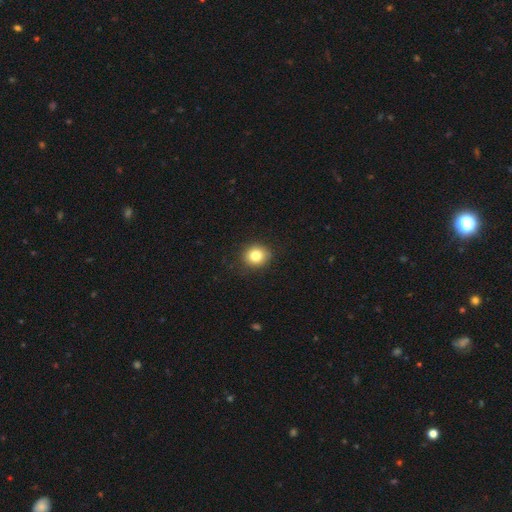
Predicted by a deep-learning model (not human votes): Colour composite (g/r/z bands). It shows a smooth galaxy with no disk features (82%) that is round (76%). Merging: none (87%).